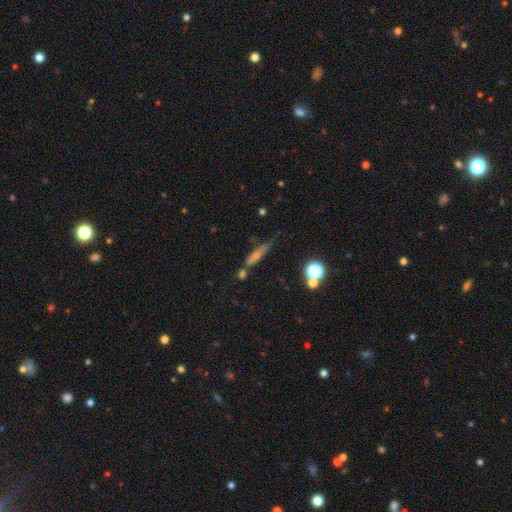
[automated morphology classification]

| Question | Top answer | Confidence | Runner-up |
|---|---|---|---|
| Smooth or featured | featured or disk | 43% | smooth (38%) |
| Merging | none | 55% | minor disturbance (20%) |